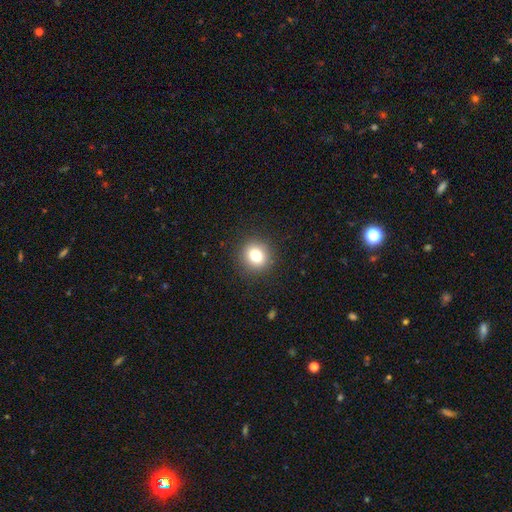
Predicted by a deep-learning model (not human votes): Smooth or featured? smooth (79%)
How rounded? round (82%)
Merging? none (90%)